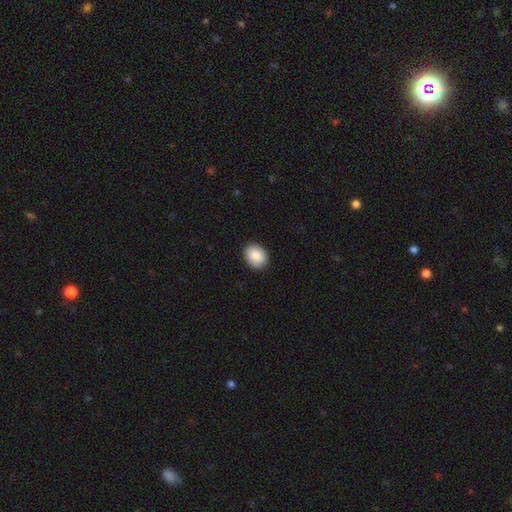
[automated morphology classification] type=smooth (90%); roundness=in between (59%); merging=none (90%).